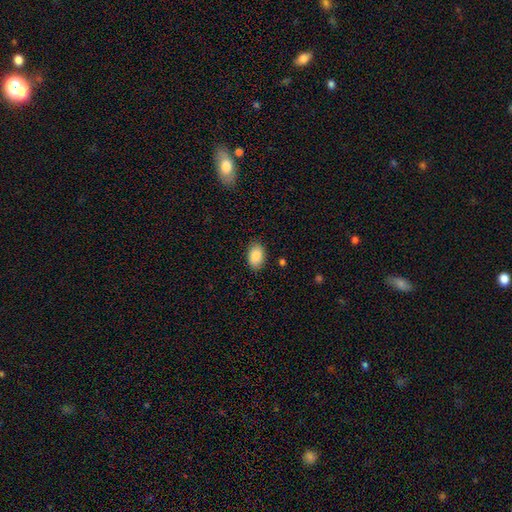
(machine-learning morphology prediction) A smooth galaxy with no disk features (87%) that is in between round and cigar-shaped (87%).

Vote fractions:
- Smooth or featured? smooth: 87% / star or artifact: 7% / featured or disk: 6%
- How rounded? in between: 87% / round: 12% / cigar-shaped: 1%
- Merging? none: 85% / minor disturbance: 11% / major disturbance: 2% / merger: 1%